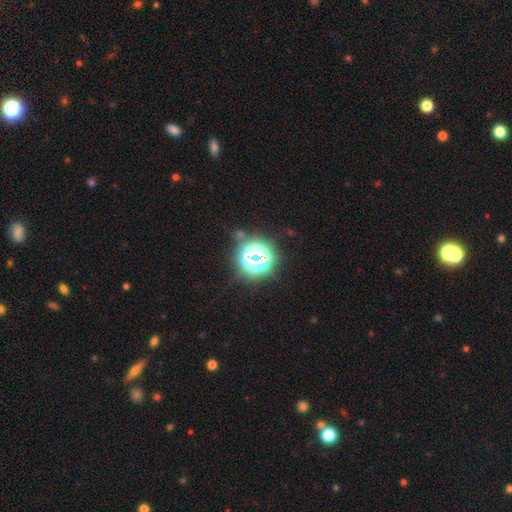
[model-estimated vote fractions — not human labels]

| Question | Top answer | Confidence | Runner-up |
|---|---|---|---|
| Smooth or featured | star or artifact | 81% | smooth (13%) |